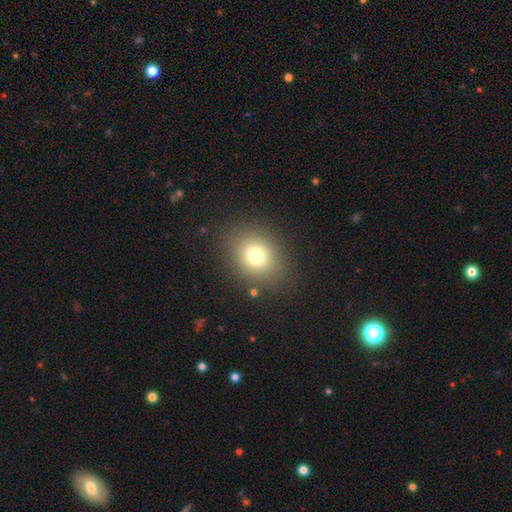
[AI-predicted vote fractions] This is likely a smooth galaxy (75%). How rounded: possibly round (59%). Merging: clearly none (84%).